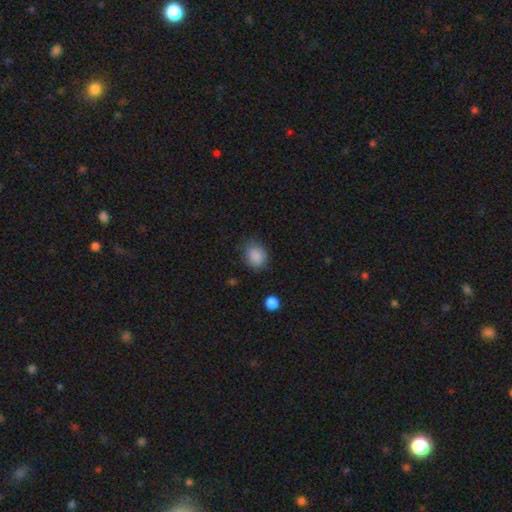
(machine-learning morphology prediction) Smooth or featured? smooth (86%)
How rounded? round (52%)
Merging? none (74%)